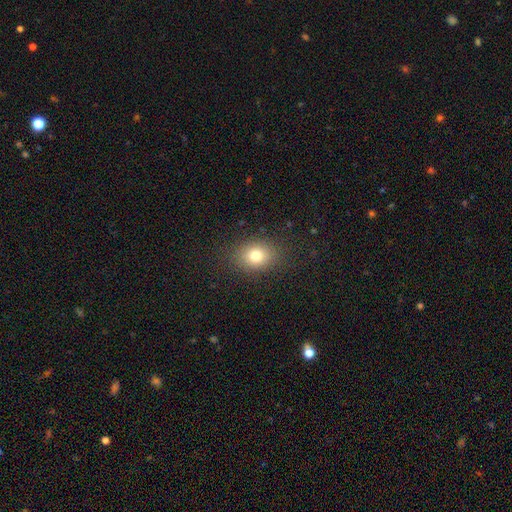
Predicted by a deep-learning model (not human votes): smooth 78%, star or artifact 12%, featured or disk 10%. Down the decision tree: how rounded — in between (54%); merging — none (85%).